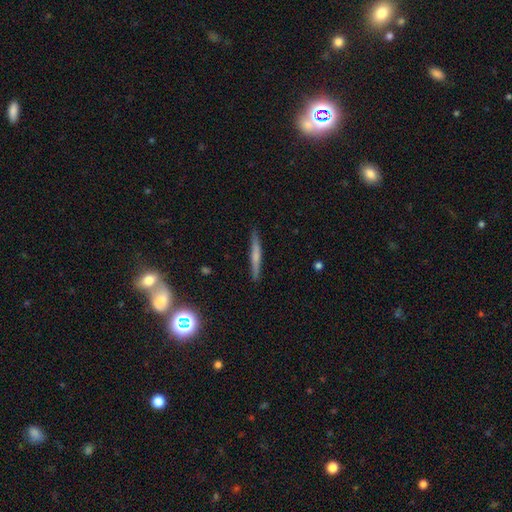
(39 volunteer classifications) Smooth or featured?
  - smooth: 54% *
  - featured or disk: 36%
  - star or artifact: 10%
How rounded?
  - cigar-shaped: 100% *
  - round: 0%
  - in between: 0%
Merging?
  - none: 91% *
  - minor disturbance: 6%
  - major disturbance: 3%
  - merger: 0%